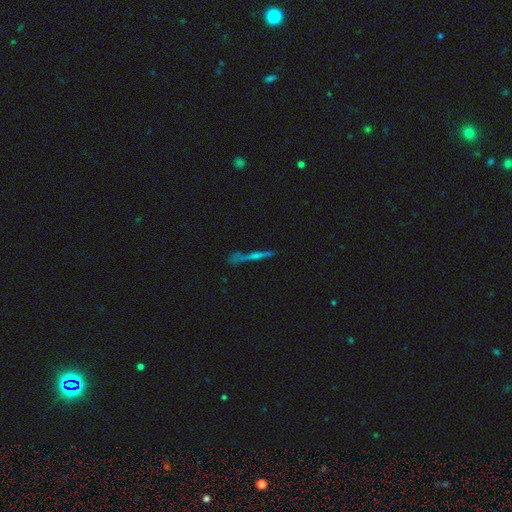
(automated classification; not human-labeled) This appears to be a featured or disk galaxy (48%). Merging: none (79%).